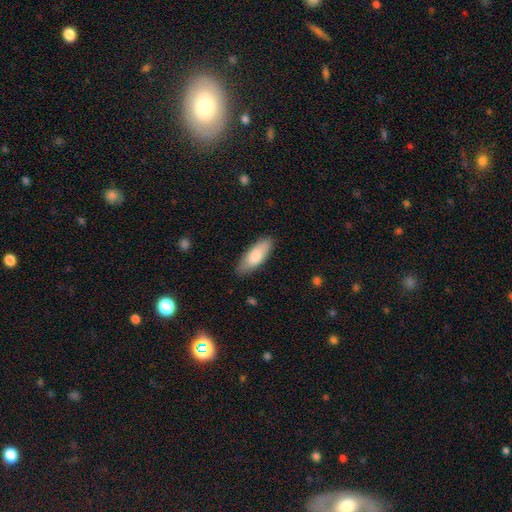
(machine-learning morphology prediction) Overall: smooth (80%). How rounded: in between (68%; cigar-shaped 30%). Merging: none (85%).